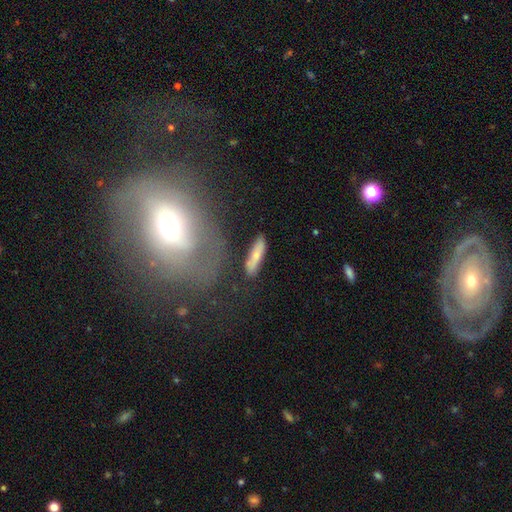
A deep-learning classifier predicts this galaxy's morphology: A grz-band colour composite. It shows a smooth galaxy with no disk features (66%) that is cigar-shaped (74%). Merging: none (77%).